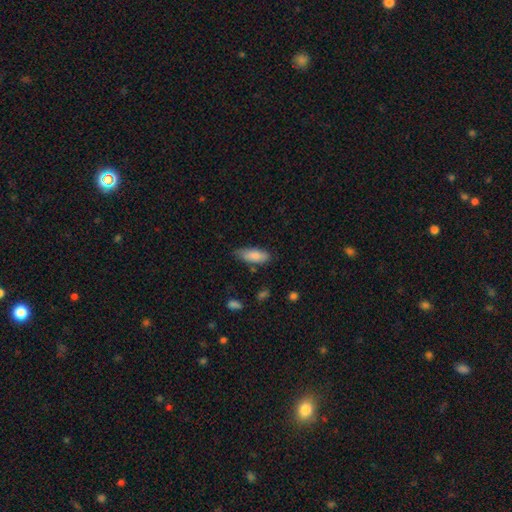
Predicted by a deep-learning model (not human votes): Smooth or featured? smooth (83%)
How rounded? in between (76%)
Merging? none (64%)